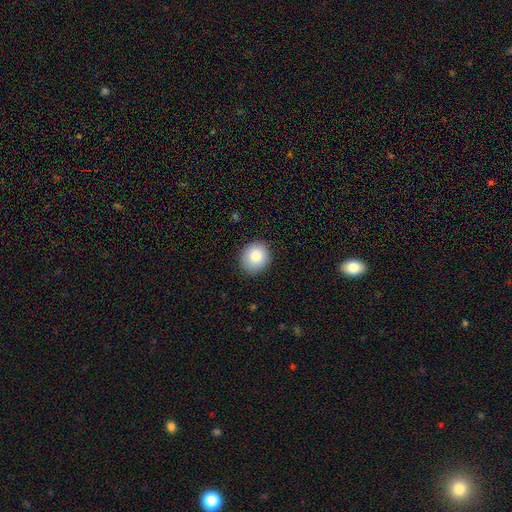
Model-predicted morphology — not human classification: smooth 83%, star or artifact 9%, featured or disk 8%. Down the decision tree: how rounded — round (73%); merging — none (88%).